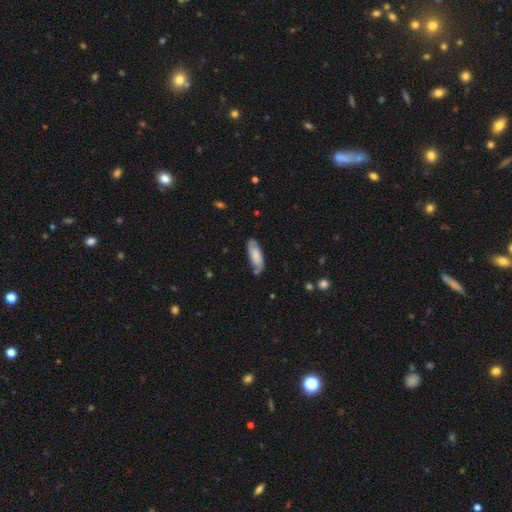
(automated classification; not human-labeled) smooth_or_featured: smooth (p=0.59) [alt: featured or disk p=0.35]
how_rounded: in between (p=0.63) [alt: cigar-shaped p=0.35]
merging: none (p=0.75) [alt: minor disturbance p=0.18]